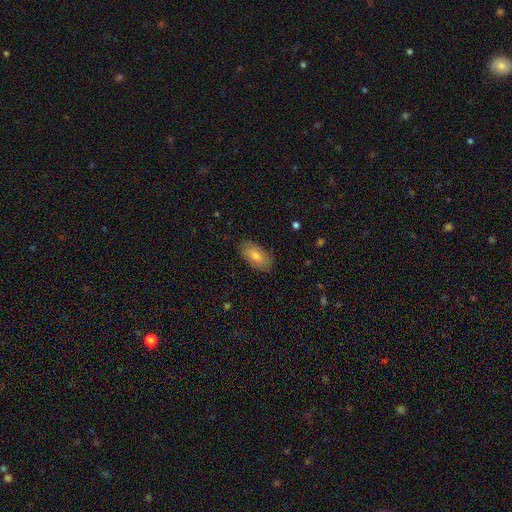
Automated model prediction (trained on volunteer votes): This is likely a smooth galaxy (66%). How rounded: clearly in between (91%). Merging: clearly none (85%).